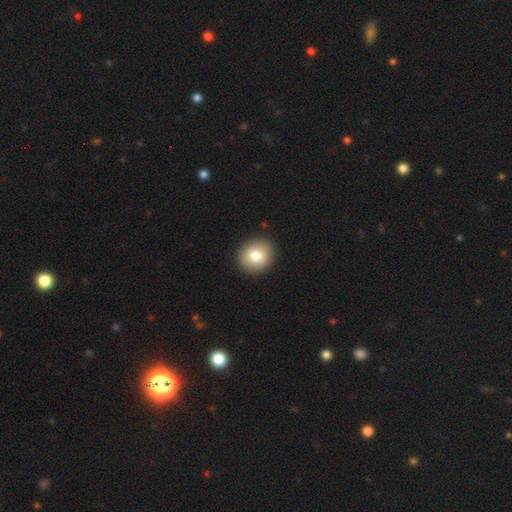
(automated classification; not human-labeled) Morphology: type=smooth (80%); roundness=round (81%); merging=none (91%).